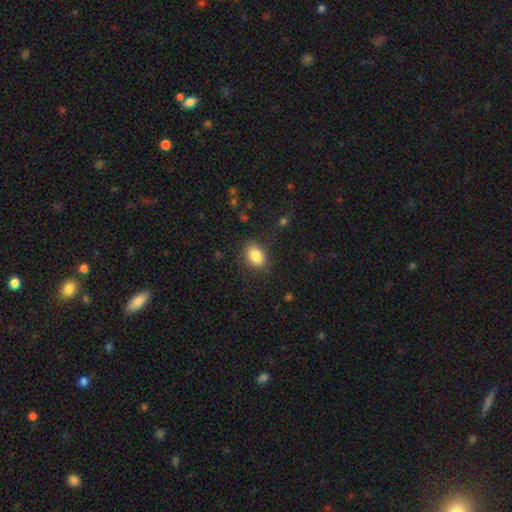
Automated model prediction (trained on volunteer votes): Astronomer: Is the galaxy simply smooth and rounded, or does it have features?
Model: smooth — 85%.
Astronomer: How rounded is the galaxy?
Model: in between — 80%.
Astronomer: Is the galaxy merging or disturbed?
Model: none — 83%.